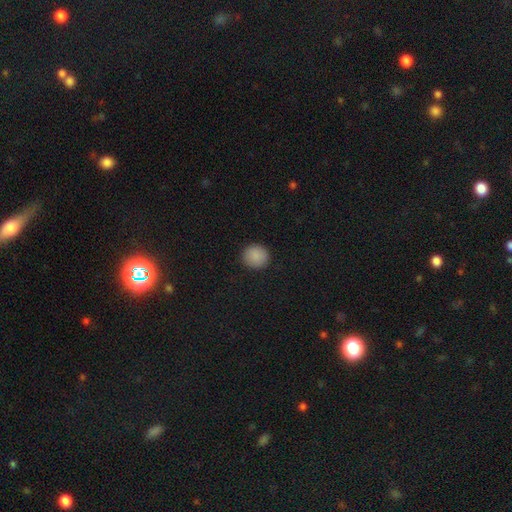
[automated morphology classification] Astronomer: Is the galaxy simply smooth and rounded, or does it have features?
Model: smooth — 89%.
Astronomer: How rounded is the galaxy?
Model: round — 90%.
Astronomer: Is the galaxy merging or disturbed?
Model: none — 91%.